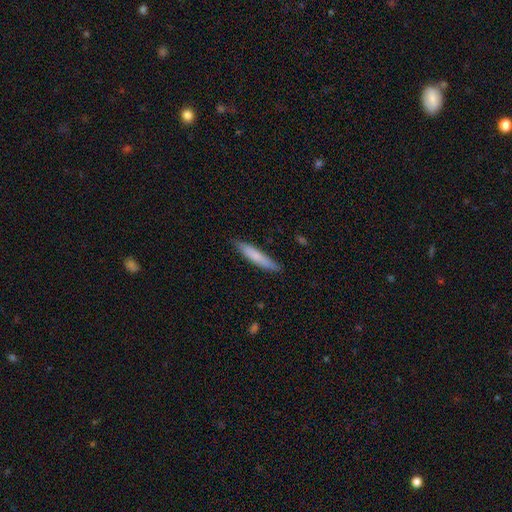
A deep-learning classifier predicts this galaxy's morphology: smooth-or-featured: smooth: 75% | featured or disk: 20% | star or artifact: 6%
  how-rounded: cigar-shaped: 91% | in between: 7% | round: 1%
  merging: none: 86% | minor disturbance: 11% | major disturbance: 2% | merger: 1%